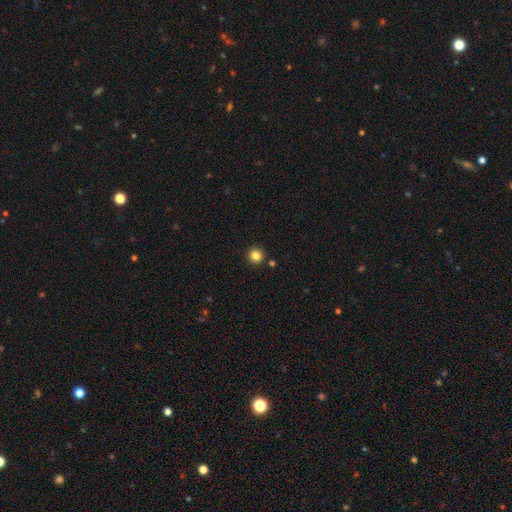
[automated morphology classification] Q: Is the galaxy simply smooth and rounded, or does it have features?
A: smooth — 83%.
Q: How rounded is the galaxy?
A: round — 93%.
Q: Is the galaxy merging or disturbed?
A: none — 90%.